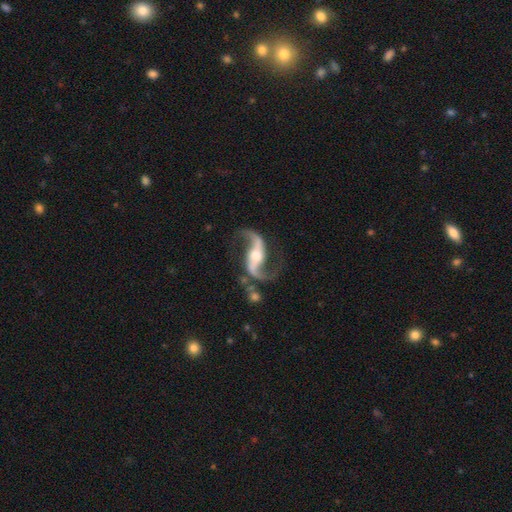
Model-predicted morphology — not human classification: Overall: featured or disk (93%). Edge-on disk: no (97%). Bar: strong (44%; weak 31%). Spiral arms: yes (98%). Spiral arm count: 2 (94%). Spiral winding: loose (73%). Bulge size: moderate (58%; small 27%). Merging: none (76%).